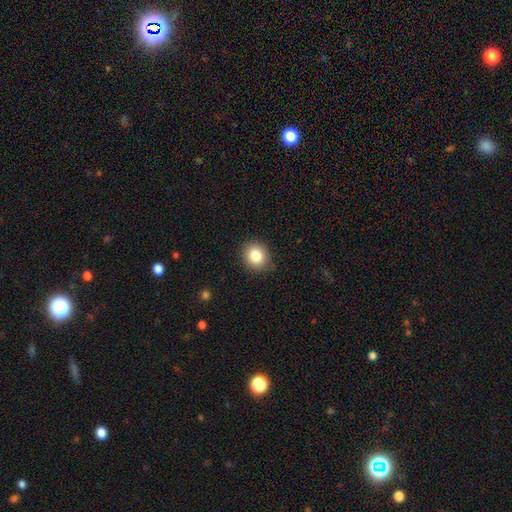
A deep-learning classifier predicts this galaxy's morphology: This is clearly a smooth galaxy (83%). How rounded: likely round (76%). Merging: clearly none (86%).